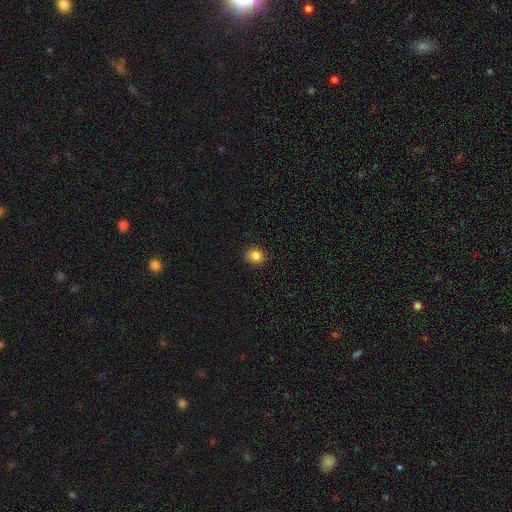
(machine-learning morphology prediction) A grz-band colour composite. It shows a smooth galaxy with no disk features (85%) that is round (76%). Merging: none (85%).